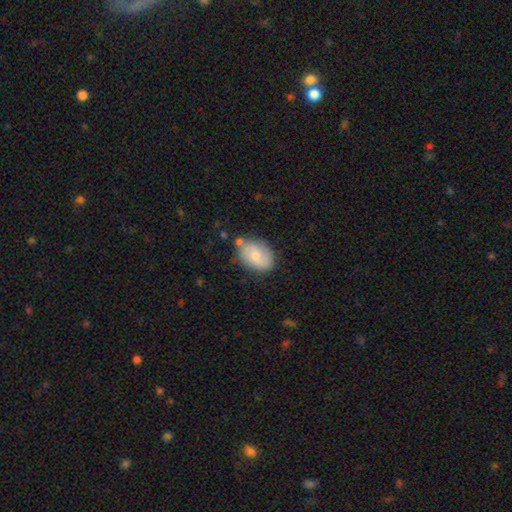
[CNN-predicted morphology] A smooth galaxy with no disk features (53%) that is in between round and cigar-shaped (78%).

Vote fractions:
- Smooth or featured? smooth: 53% / featured or disk: 40% / star or artifact: 7%
- How rounded? in between: 78% / round: 21% / cigar-shaped: 1%
- Merging? none: 69% / minor disturbance: 20% / merger: 6% / major disturbance: 5%